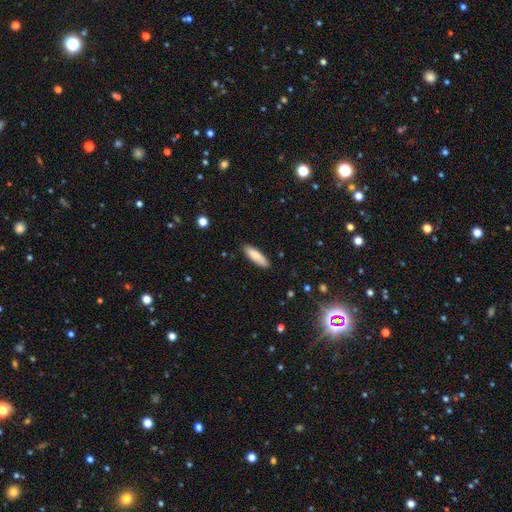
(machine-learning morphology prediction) This appears to be a smooth galaxy with no disk features (86%) that is cigar-shaped (56%). Merging: none (88%).